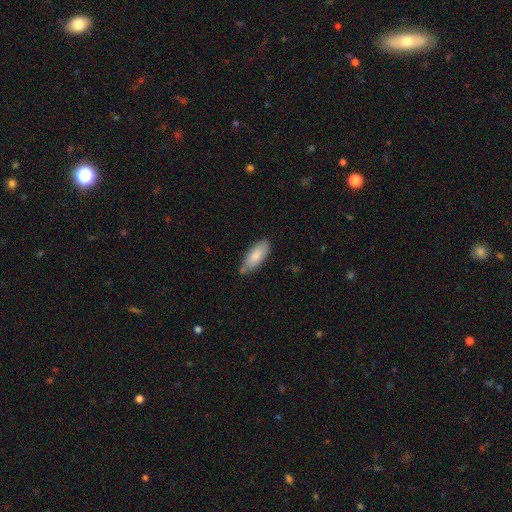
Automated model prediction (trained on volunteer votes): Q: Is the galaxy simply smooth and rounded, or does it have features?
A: smooth — 83%.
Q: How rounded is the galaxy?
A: in between — 80%.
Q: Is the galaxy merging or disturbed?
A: none — 70%.